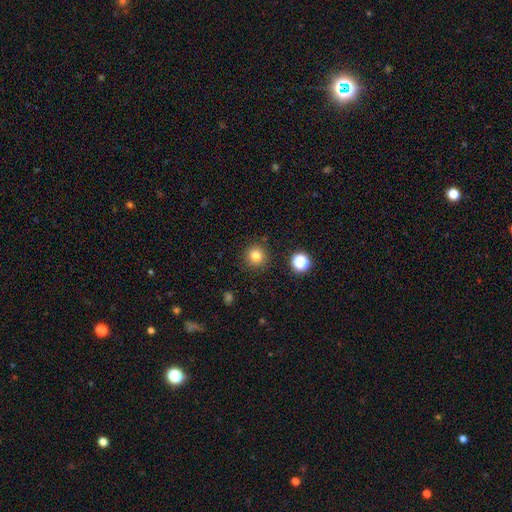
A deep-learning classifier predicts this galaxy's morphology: type=smooth (81%); roundness=round (94%); merging=none (88%).